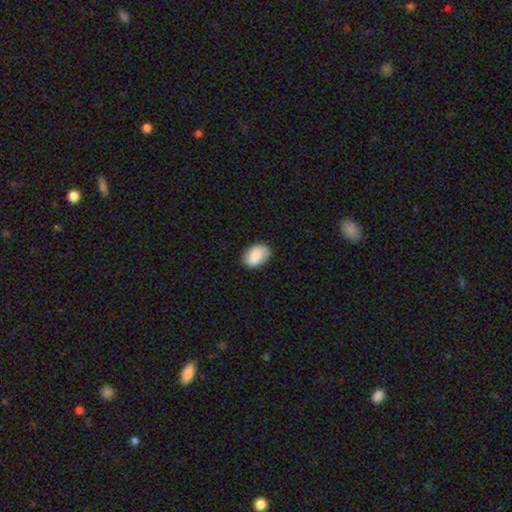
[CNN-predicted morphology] Overall: smooth (77%). How rounded: in between (81%). Merging: none (75%).